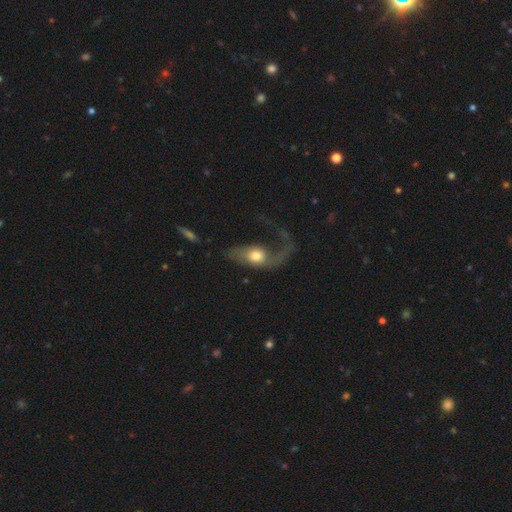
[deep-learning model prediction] smooth-or-featured: featured or disk: 53% | smooth: 40% | star or artifact: 7%
  disk-edge-on: no: 90% | yes: 10%
  merging: major disturbance: 62% | none: 21% | minor disturbance: 13% | merger: 4%